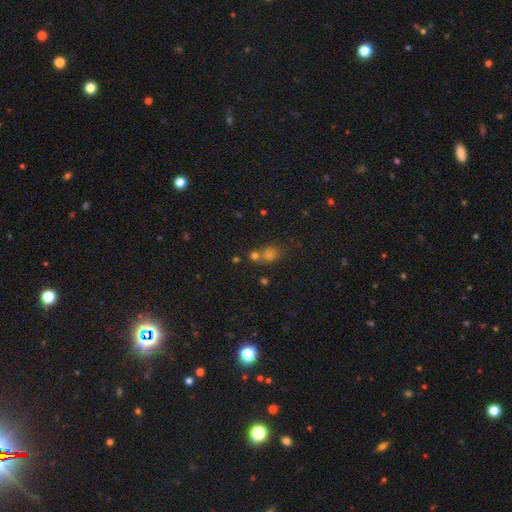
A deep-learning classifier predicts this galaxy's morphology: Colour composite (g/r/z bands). It shows a smooth galaxy with no disk features (63%) that is round (71%). Merging: none (57%).